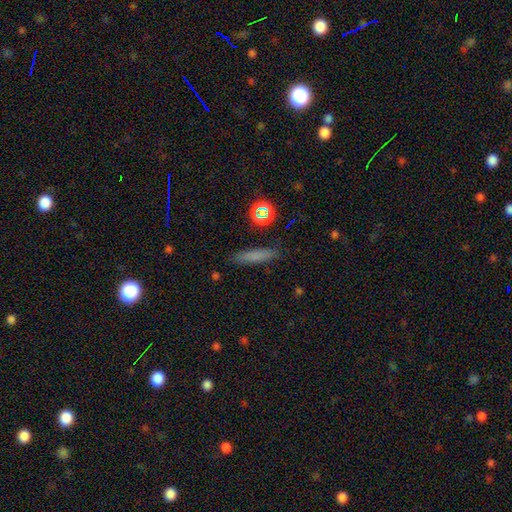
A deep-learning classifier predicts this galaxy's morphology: A smooth galaxy with no disk features (73%) that is cigar-shaped (80%).

Vote fractions:
- Smooth or featured? smooth: 73% / star or artifact: 14% / featured or disk: 14%
- How rounded? cigar-shaped: 80% / in between: 16% / round: 4%
- Merging? none: 85% / minor disturbance: 10% / major disturbance: 3% / merger: 2%